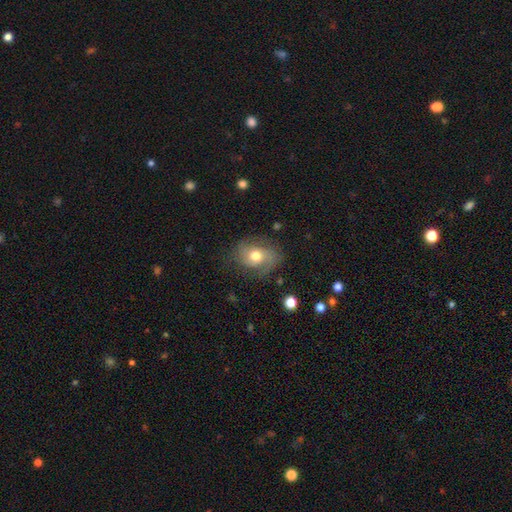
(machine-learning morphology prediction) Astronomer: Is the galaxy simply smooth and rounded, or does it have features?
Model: smooth — 48% (runner-up: featured or disk, 43%).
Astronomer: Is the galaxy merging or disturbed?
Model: none — 62%.